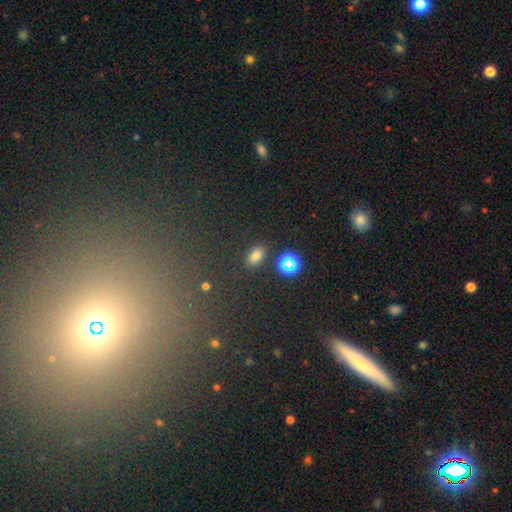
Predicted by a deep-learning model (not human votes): Smooth or featured? Predicted: smooth (p=0.77). How rounded? Predicted: in between (p=0.87). Merging? Predicted: none (p=0.85).